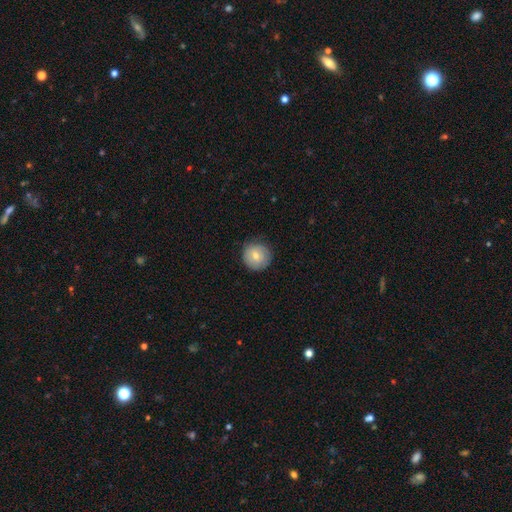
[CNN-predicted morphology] smooth_or_featured: smooth (p=0.73) [alt: featured or disk p=0.20]
how_rounded: round (p=0.95) [alt: in between p=0.04]
merging: none (p=0.84) [alt: minor disturbance p=0.12]